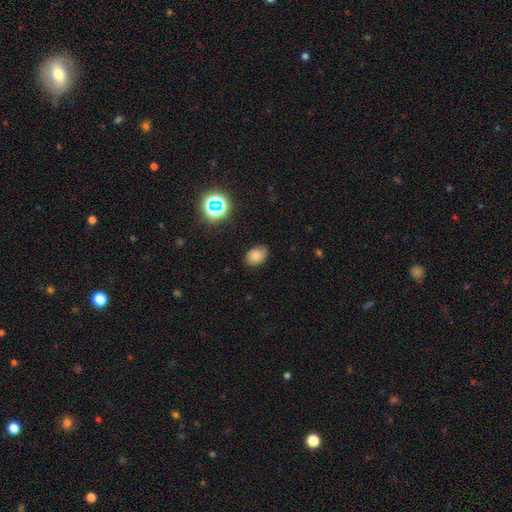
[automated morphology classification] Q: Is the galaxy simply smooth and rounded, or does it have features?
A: smooth — 75%.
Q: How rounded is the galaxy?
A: in between — 72%.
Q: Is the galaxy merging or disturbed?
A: none — 75%.